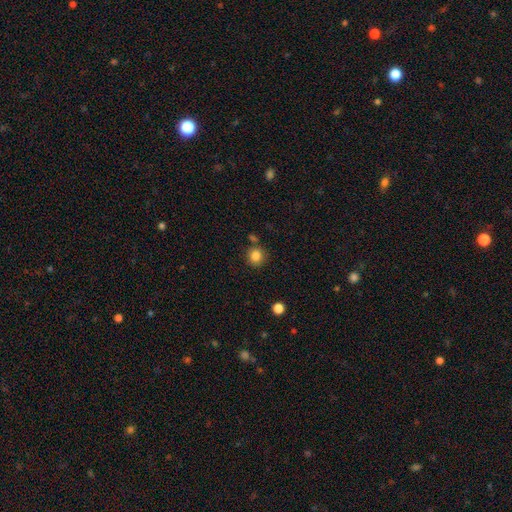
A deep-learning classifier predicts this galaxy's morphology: Smooth or featured? Predicted: smooth (p=0.84). How rounded? Predicted: round (p=0.88). Merging? Predicted: none (p=0.80).